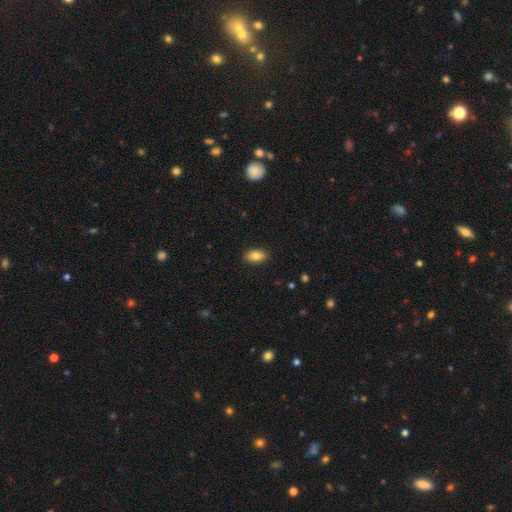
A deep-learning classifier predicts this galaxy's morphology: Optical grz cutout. It shows a smooth galaxy with no disk features (83%) that is in between round and cigar-shaped (91%). Merging: none (88%).